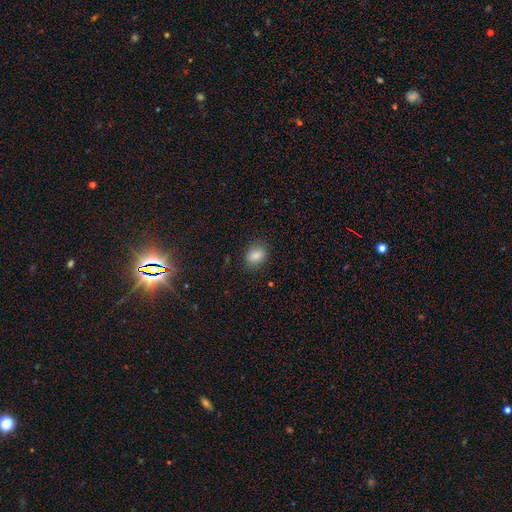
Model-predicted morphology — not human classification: Smooth or featured? Predicted: smooth (p=0.86). How rounded? Predicted: in between (p=0.61). Merging? Predicted: none (p=0.84).